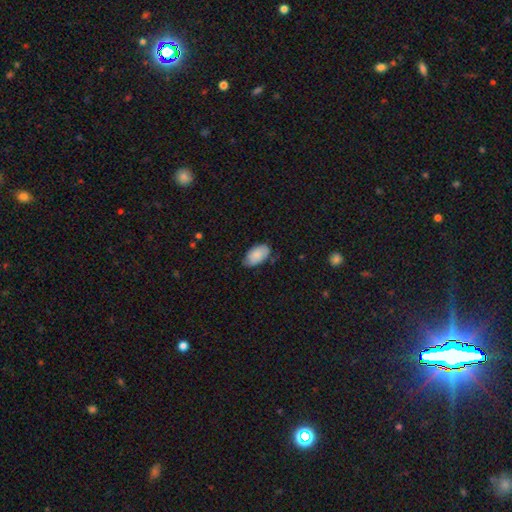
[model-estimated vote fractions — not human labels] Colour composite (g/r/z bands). It shows a smooth galaxy with no disk features (83%) that is in between round and cigar-shaped (95%). Merging: none (69%).